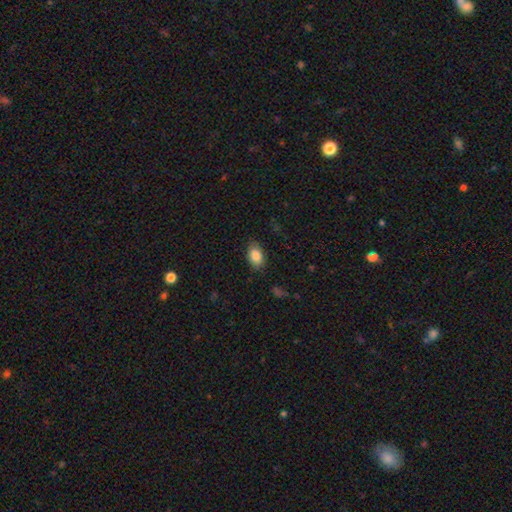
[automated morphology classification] Overall: smooth (86%). How rounded: in between (88%). Merging: none (82%).